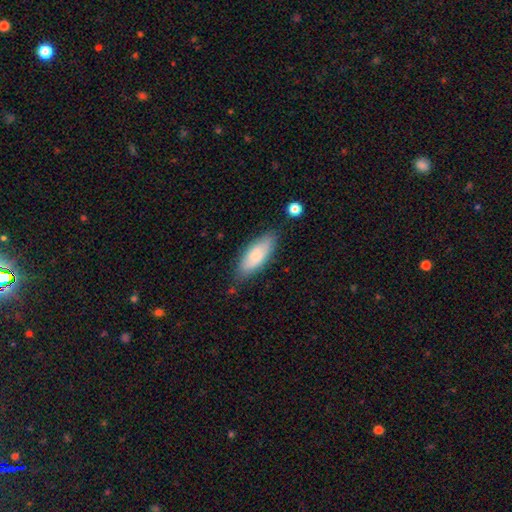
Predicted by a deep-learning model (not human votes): A smooth galaxy with no disk features (76%) that is in between round and cigar-shaped (71%).

Vote fractions:
- Smooth or featured? smooth: 76% / featured or disk: 18% / star or artifact: 6%
- How rounded? in between: 71% / cigar-shaped: 27% / round: 2%
- Merging? none: 77% / minor disturbance: 17% / major disturbance: 3% / merger: 2%